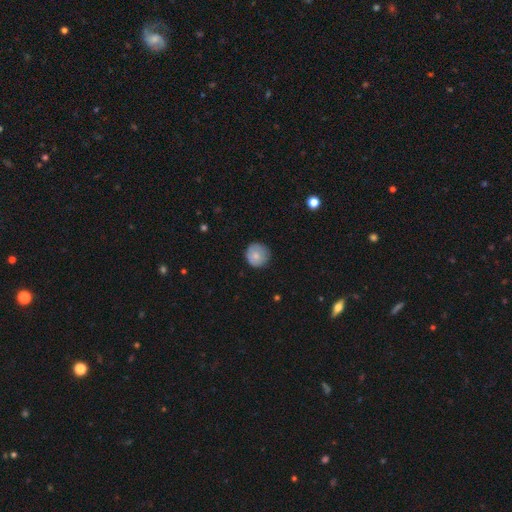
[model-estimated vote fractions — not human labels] smooth-or-featured: smooth: 78% | featured or disk: 15% | star or artifact: 8%
  how-rounded: round: 94% | in between: 5% | cigar-shaped: 1%
  merging: none: 83% | minor disturbance: 14% | major disturbance: 2% | merger: 1%